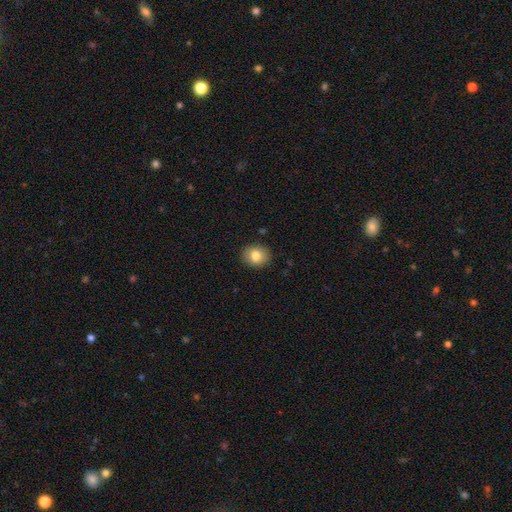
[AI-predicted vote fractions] Smooth or featured? Predicted: smooth (p=0.81). How rounded? Predicted: round (p=0.69). Merging? Predicted: none (p=0.89).